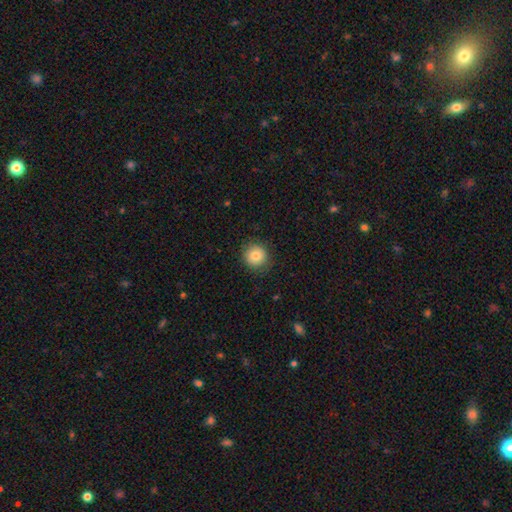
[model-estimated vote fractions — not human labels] The model was most divided on "smooth or featured": smooth: 81%, star or artifact: 10%, featured or disk: 8%. More confident: how rounded — round (93%); merging — none (86%).